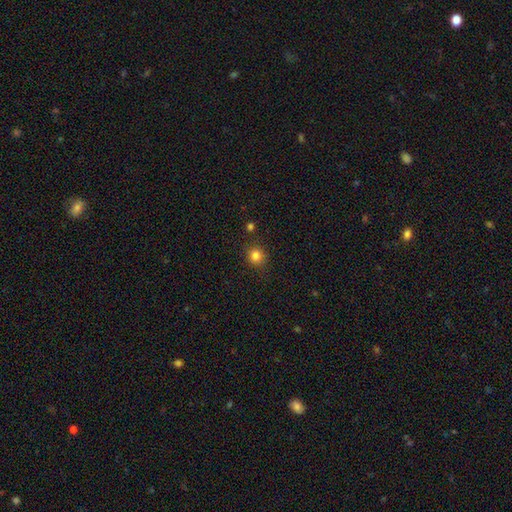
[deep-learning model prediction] The model was most divided on "smooth or featured": smooth: 83%, star or artifact: 12%, featured or disk: 5%. More confident: how rounded — round (88%); merging — none (86%).